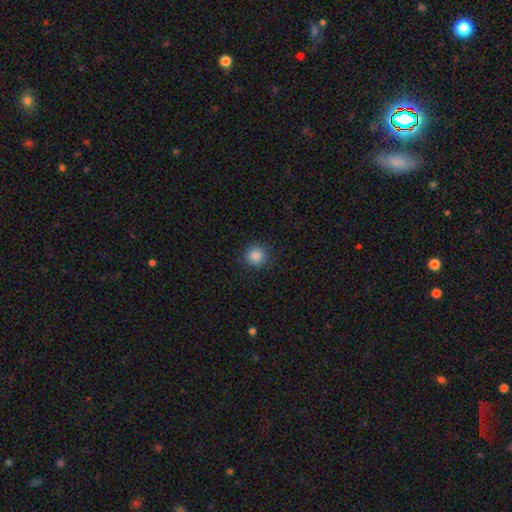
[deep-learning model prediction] This is clearly a smooth galaxy (86%). How rounded: clearly round (92%). Merging: clearly none (90%).